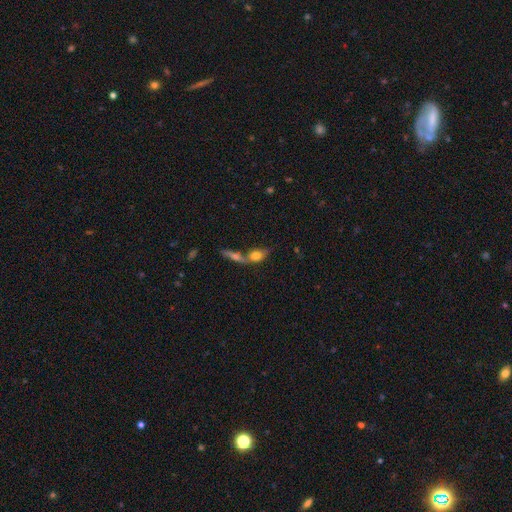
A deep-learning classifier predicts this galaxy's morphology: The model was most divided on "merging": merger: 62%, none: 25%, minor disturbance: 7%, major disturbance: 5%. More confident: how rounded — in between (69%); smooth or featured — smooth (65%).